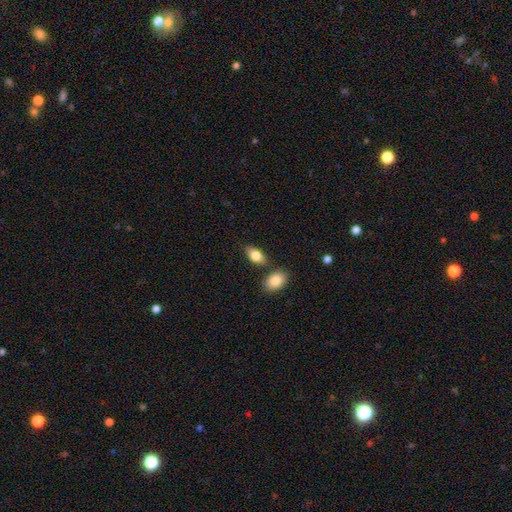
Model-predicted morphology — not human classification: smooth_or_featured: smooth (p=0.81) [alt: featured or disk p=0.12]
how_rounded: in between (p=0.90) [alt: round p=0.07]
merging: none (p=0.71) [alt: merger p=0.14]